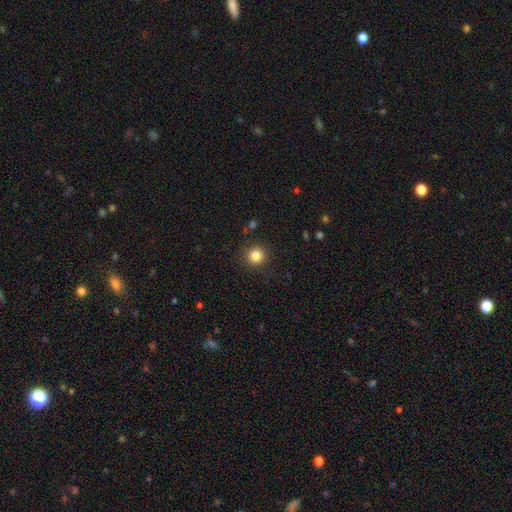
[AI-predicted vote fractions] smooth_or_featured: smooth (p=0.84) [alt: star or artifact p=0.11]
how_rounded: round (p=0.94) [alt: in between p=0.05]
merging: none (p=0.90) [alt: minor disturbance p=0.06]